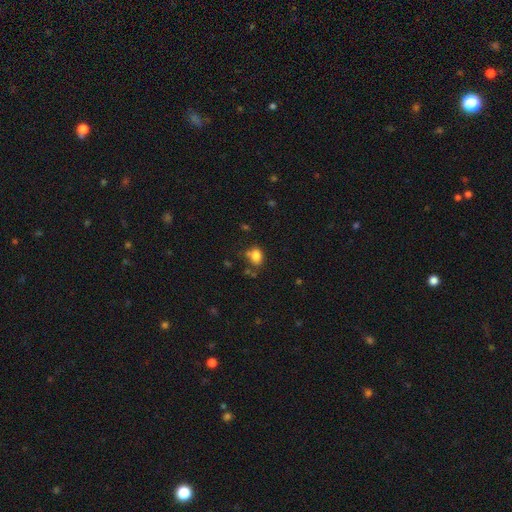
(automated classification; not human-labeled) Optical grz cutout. It shows a smooth galaxy with no disk features (81%) that is in between round and cigar-shaped (63%). Merging: none (63%).